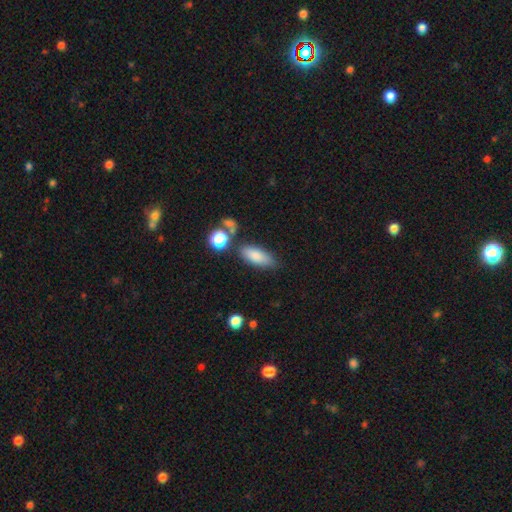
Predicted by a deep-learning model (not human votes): Smooth or featured?
  - smooth: 82% *
  - featured or disk: 10%
  - star or artifact: 8%
How rounded?
  - in between: 75% *
  - cigar-shaped: 21%
  - round: 3%
Merging?
  - none: 68% *
  - minor disturbance: 17%
  - merger: 9%
  - major disturbance: 6%